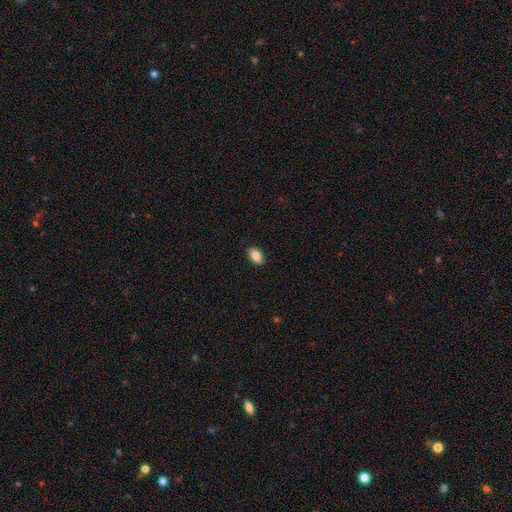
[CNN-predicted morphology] smooth-or-featured: smooth: 83% | featured or disk: 10% | star or artifact: 7%
  how-rounded: in between: 90% | round: 6% | cigar-shaped: 3%
  merging: none: 88% | minor disturbance: 10% | major disturbance: 2% | merger: 1%